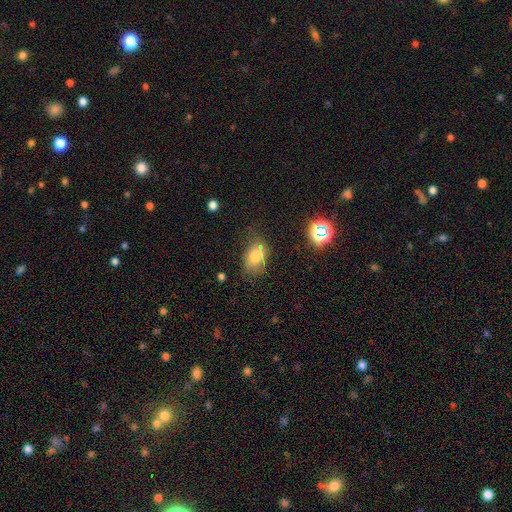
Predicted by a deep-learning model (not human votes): Overall: smooth (77%). How rounded: in between (81%). Merging: none (61%; minor disturbance 25%).